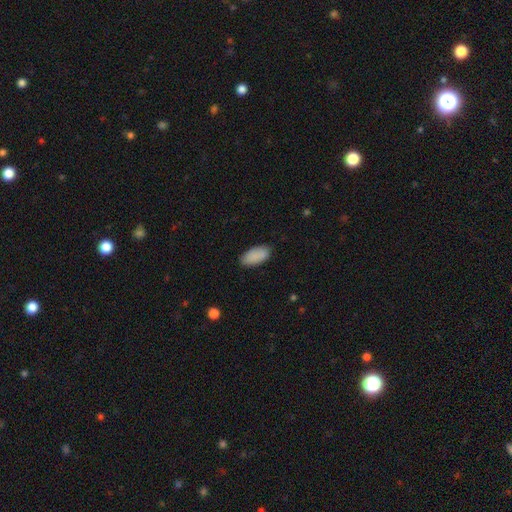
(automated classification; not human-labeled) Q: Smooth or featured?
A: smooth (90%); runner-up: star or artifact (6%)
Q: How rounded?
A: in between (92%); runner-up: cigar-shaped (6%)
Q: Merging?
A: none (85%); runner-up: minor disturbance (12%)